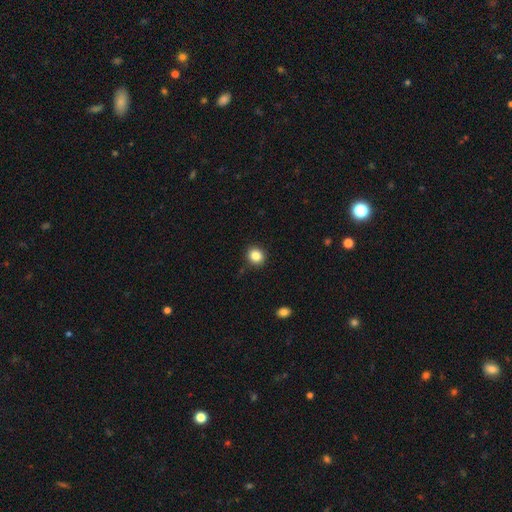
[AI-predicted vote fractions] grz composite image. It shows a smooth galaxy with no disk features (85%) that is round (81%). Merging: none (90%).